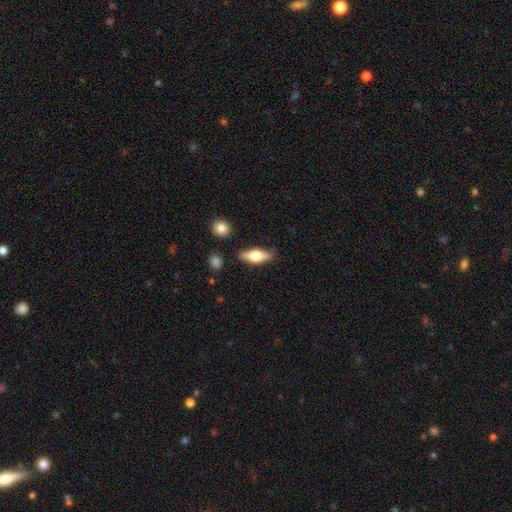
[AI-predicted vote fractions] Overall: smooth (56%; featured or disk 37%). How rounded: in between (66%; cigar-shaped 31%). Merging: none (81%).